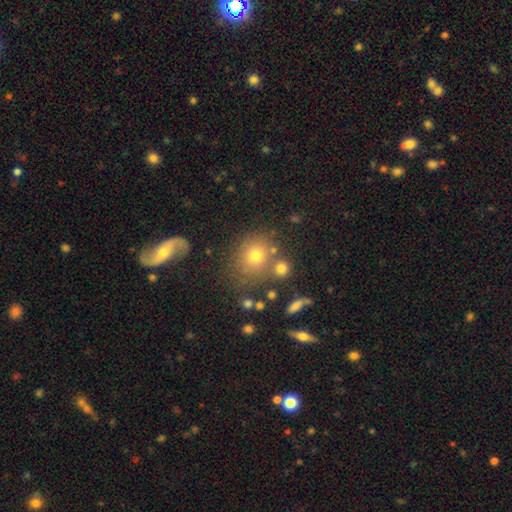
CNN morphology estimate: smooth-or-featured: smooth: 68% | featured or disk: 16% | star or artifact: 16%
  how-rounded: round: 72% | in between: 27% | cigar-shaped: 1%
  merging: none: 63% | merger: 16% | minor disturbance: 13% | major disturbance: 7%